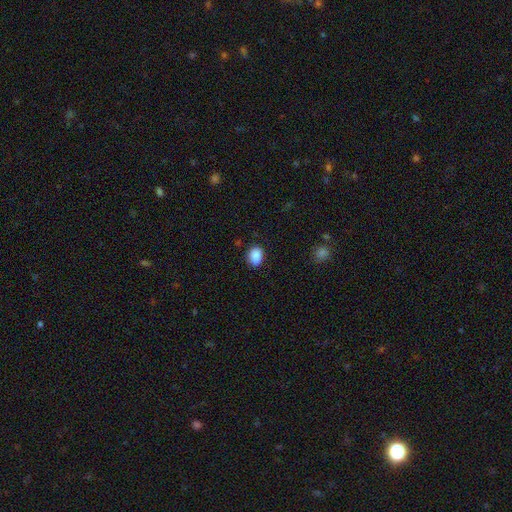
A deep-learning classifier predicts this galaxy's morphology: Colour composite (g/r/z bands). It shows a smooth galaxy with no disk features (89%) that is in between round and cigar-shaped (60%). Merging: none (81%).